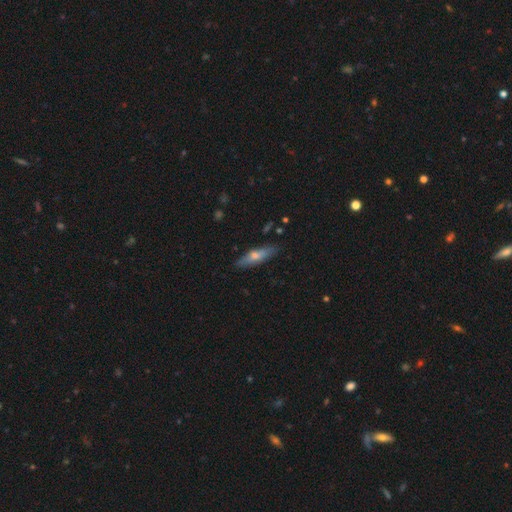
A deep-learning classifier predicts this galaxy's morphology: Smooth or featured: smooth — 55% (featured or disk — 39%)
How rounded: cigar-shaped — 64% (in between — 34%)
Merging: none — 84% (minor disturbance — 13%)